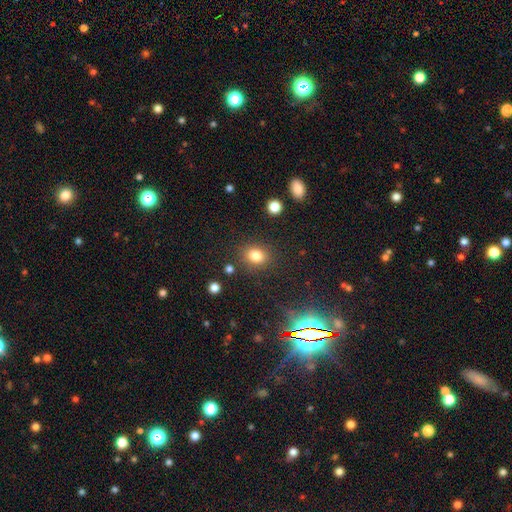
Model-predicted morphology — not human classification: Smooth or featured? smooth (80%)
How rounded? round (66%)
Merging? none (84%)